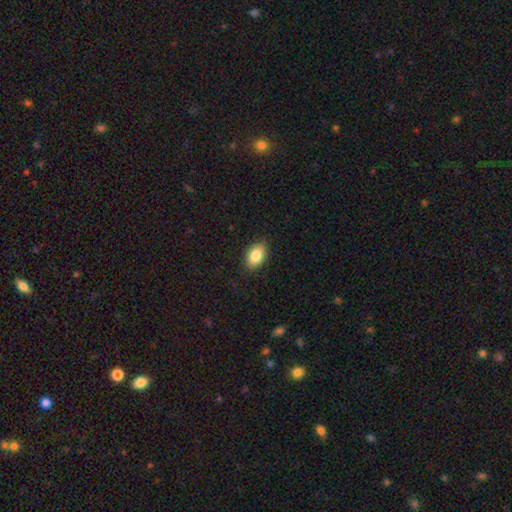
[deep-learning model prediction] Smooth or featured? smooth (86%)
How rounded? in between (89%)
Merging? none (87%)